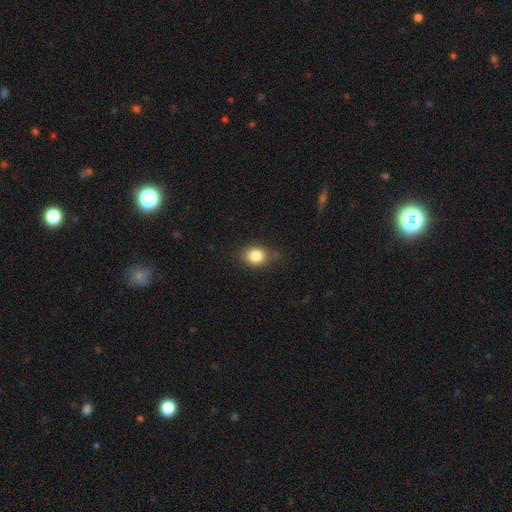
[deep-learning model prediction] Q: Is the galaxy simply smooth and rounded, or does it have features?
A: smooth — 83%.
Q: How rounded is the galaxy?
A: round — 55%.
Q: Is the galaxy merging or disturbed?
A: none — 73%.